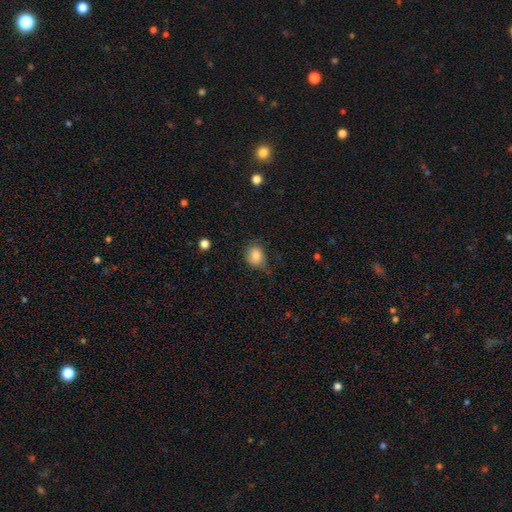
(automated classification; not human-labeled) Q: Smooth or featured?
A: smooth (82%); runner-up: featured or disk (9%)
Q: How rounded?
A: round (55%); runner-up: in between (44%)
Q: Merging?
A: none (51%); runner-up: minor disturbance (33%)